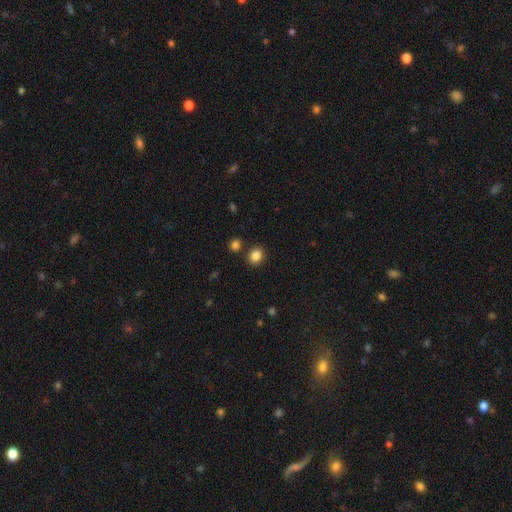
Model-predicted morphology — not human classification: A smooth galaxy with no disk features (85%) that is round (69%). Merging: none (83%).